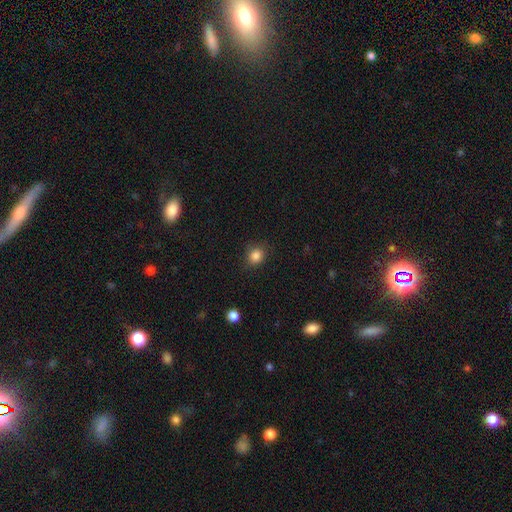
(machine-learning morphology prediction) type=smooth (85%); roundness=round (69%); merging=none (84%).